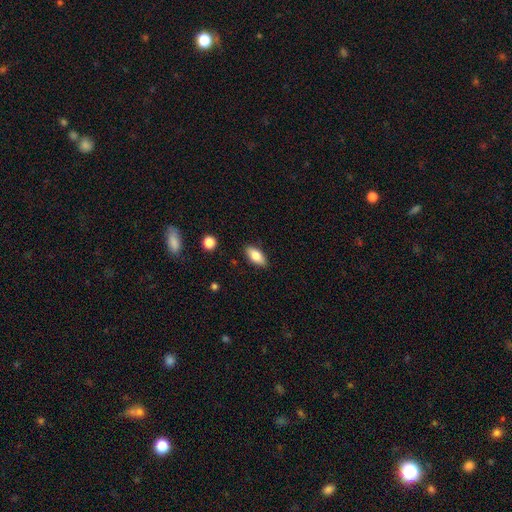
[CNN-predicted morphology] smooth-or-featured: smooth: 79% | featured or disk: 13% | star or artifact: 7%
  how-rounded: in between: 87% | cigar-shaped: 10% | round: 3%
  merging: none: 87% | minor disturbance: 10% | major disturbance: 2% | merger: 1%